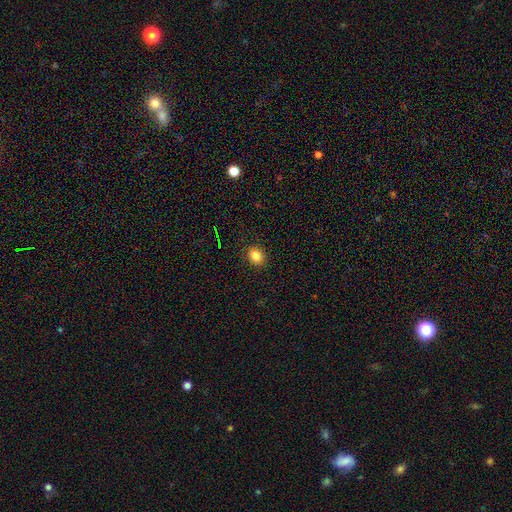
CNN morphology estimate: Smooth or featured? smooth (84%)
How rounded? round (55%)
Merging? none (88%)